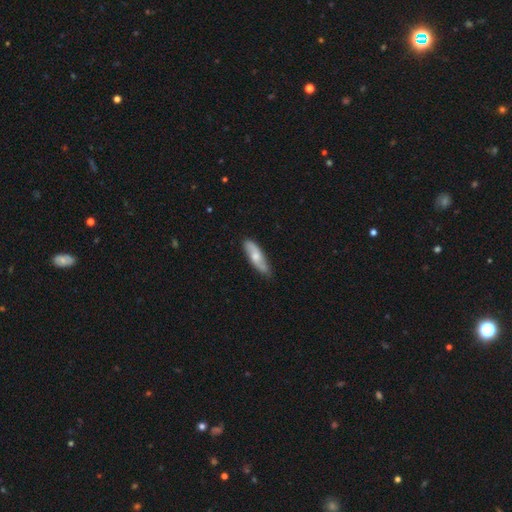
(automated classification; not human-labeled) A smooth galaxy with no disk features (56%) that is cigar-shaped (54%).

Vote fractions:
- Smooth or featured? smooth: 56% / featured or disk: 39% / star or artifact: 5%
- How rounded? cigar-shaped: 54% / in between: 44% / round: 2%
- Merging? none: 78% / minor disturbance: 18% / major disturbance: 3% / merger: 1%